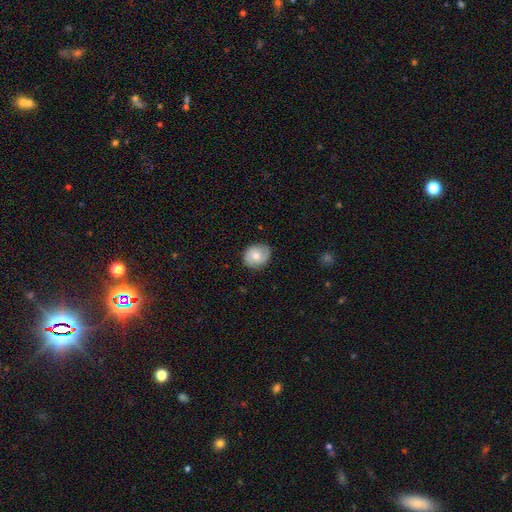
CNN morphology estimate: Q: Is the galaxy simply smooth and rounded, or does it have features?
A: smooth — 51%.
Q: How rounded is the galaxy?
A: round — 67%.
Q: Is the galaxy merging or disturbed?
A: none — 80%.